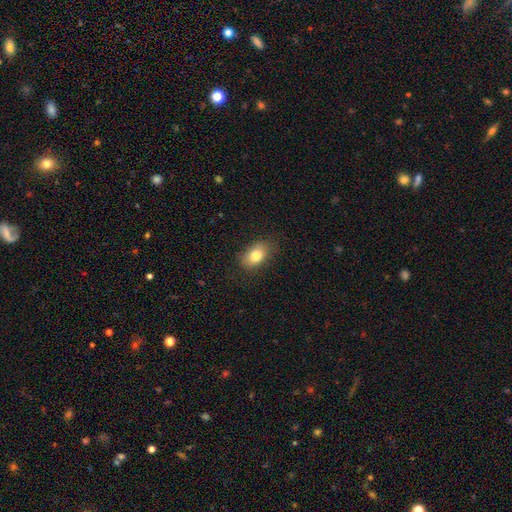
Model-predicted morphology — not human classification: Smooth or featured? Predicted: smooth (p=0.80). How rounded? Predicted: in between (p=0.82). Merging? Predicted: none (p=0.79).